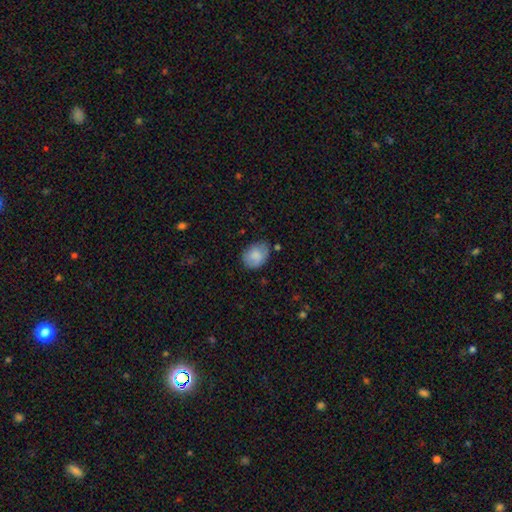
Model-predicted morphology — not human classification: The model was most divided on "how rounded": in between: 62%, round: 37%, cigar-shaped: 1%. More confident: smooth or featured — smooth (83%); merging — none (70%).